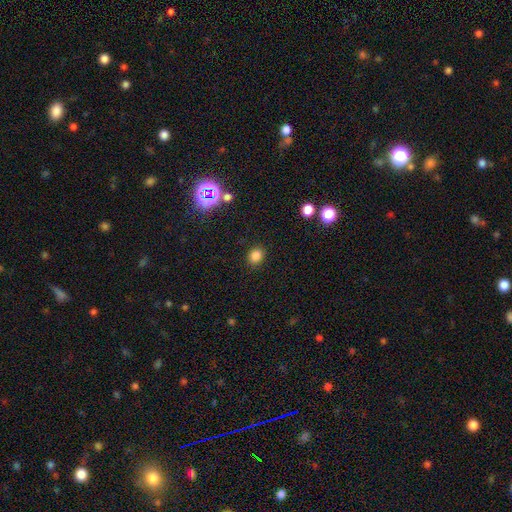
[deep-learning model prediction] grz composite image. It shows a smooth galaxy with no disk features (82%) that is round (69%). Merging: none (90%).